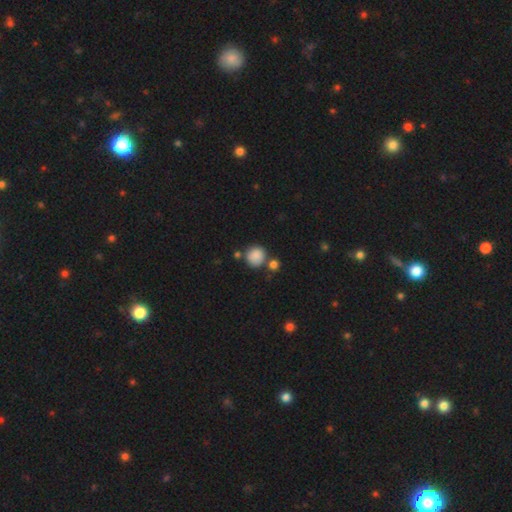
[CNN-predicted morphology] A smooth galaxy with no disk features (86%) that is round (89%). Merging: none (67%).